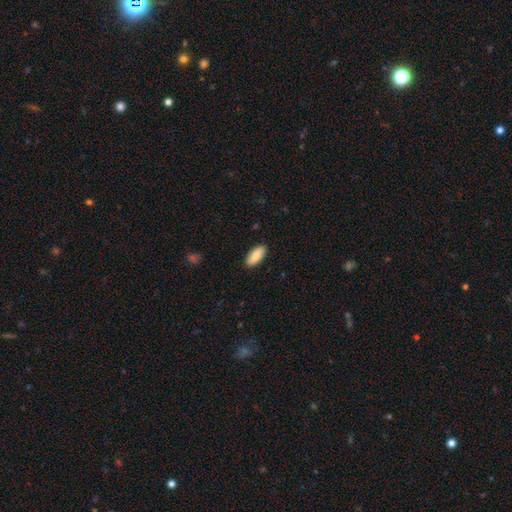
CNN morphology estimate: Smooth or featured: smooth — 82% (featured or disk — 12%)
How rounded: in between — 86% (cigar-shaped — 12%)
Merging: none — 89% (minor disturbance — 8%)